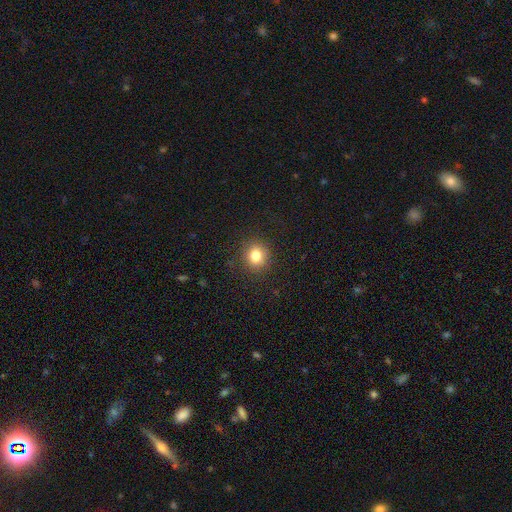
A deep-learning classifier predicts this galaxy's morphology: smooth_or_featured: smooth (p=0.81) [alt: star or artifact p=0.12]
how_rounded: round (p=0.82) [alt: in between p=0.17]
merging: none (p=0.89) [alt: minor disturbance p=0.08]